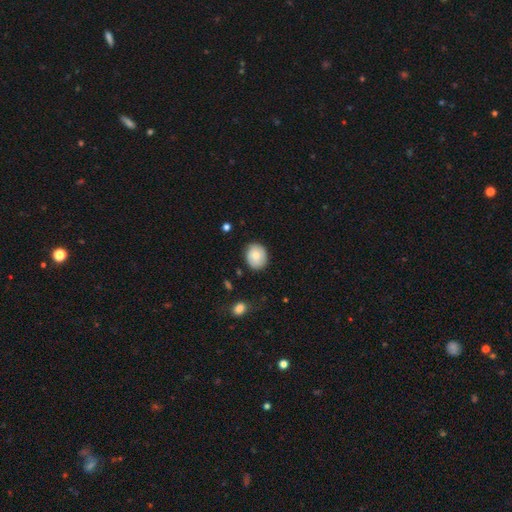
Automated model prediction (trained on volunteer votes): Smooth or featured? smooth (77%)
How rounded? round (65%)
Merging? none (81%)